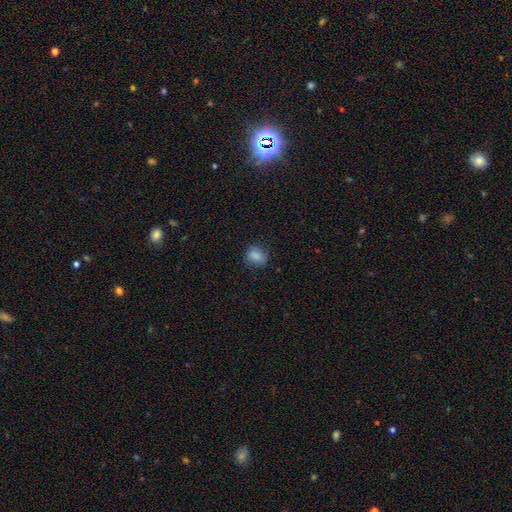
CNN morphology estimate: type=smooth (84%); roundness=in between (52%); merging=none (77%).